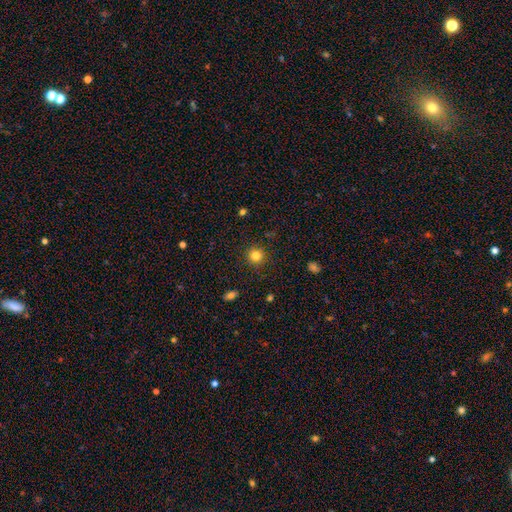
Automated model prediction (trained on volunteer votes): Morphology: type=smooth (82%); roundness=round (93%); merging=none (90%).